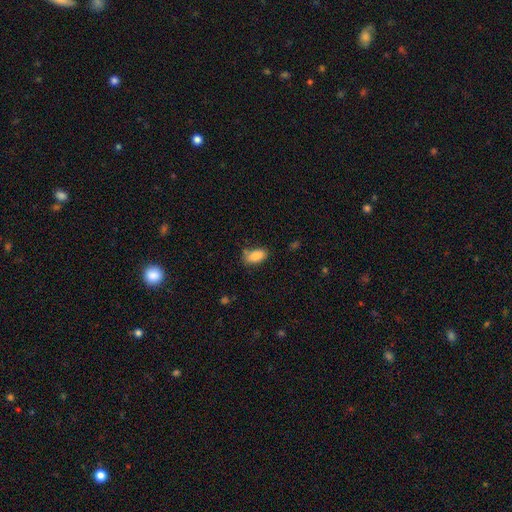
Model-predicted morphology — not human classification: This is clearly a smooth galaxy (86%). How rounded: clearly in between (92%). Merging: likely none (69%).